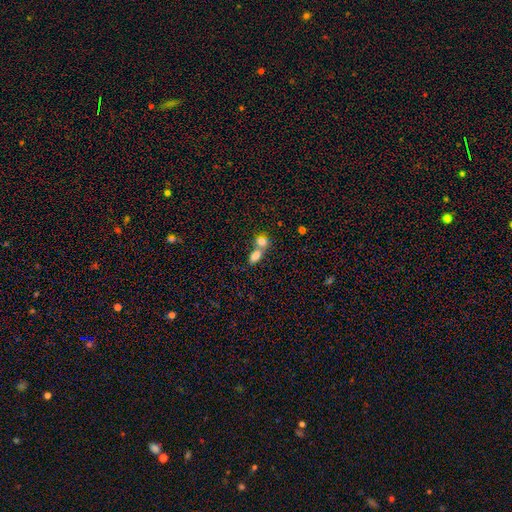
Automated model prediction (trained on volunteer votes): The model was most divided on "merging": merger: 63%, none: 27%, minor disturbance: 6%, major disturbance: 3%. More confident: smooth or featured — smooth (79%); how rounded — in between (75%).